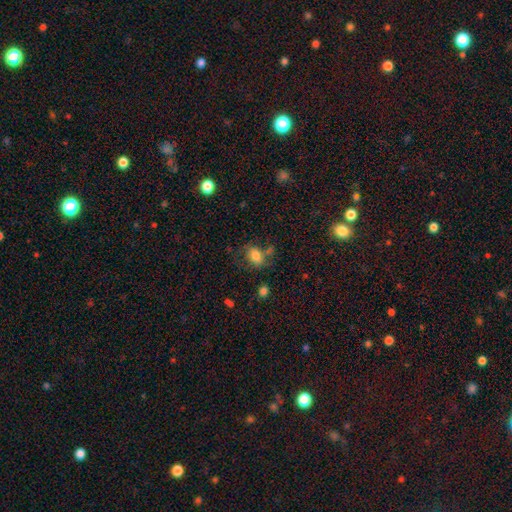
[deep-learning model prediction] smooth 75%, featured or disk 14%, star or artifact 10%. Down the decision tree: how rounded — in between (71%); merging — none (50%).